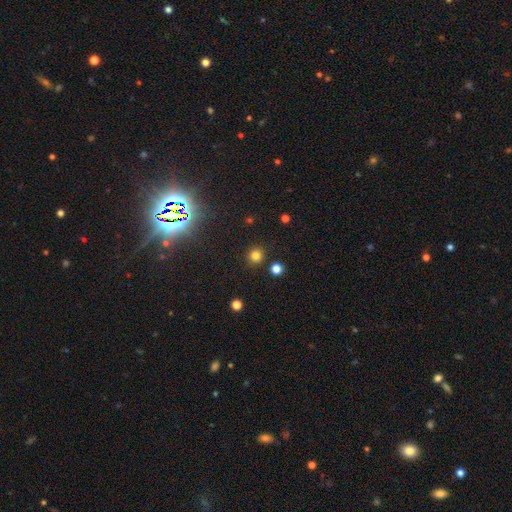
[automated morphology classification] Smooth or featured: smooth — 77% (star or artifact — 18%)
How rounded: round — 93% (in between — 6%)
Merging: none — 89% (minor disturbance — 6%)